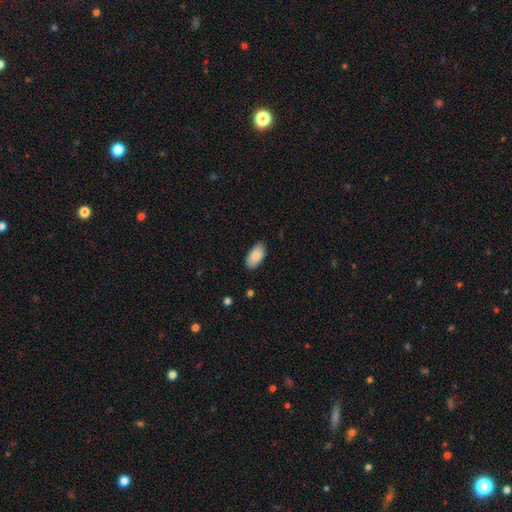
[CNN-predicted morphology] Overall: smooth (88%). How rounded: in between (94%). Merging: none (84%).